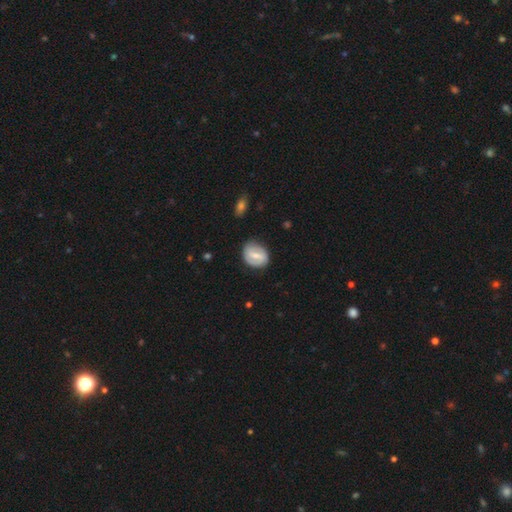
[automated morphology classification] Smooth or featured? Predicted: featured or disk (p=0.55). Edge-on disk? Predicted: no (p=0.95). Bar? Predicted: weak (p=0.48). Spiral arms? Predicted: yes (p=0.66). Bulge size? Predicted: moderate (p=0.47). Merging? Predicted: none (p=0.75).